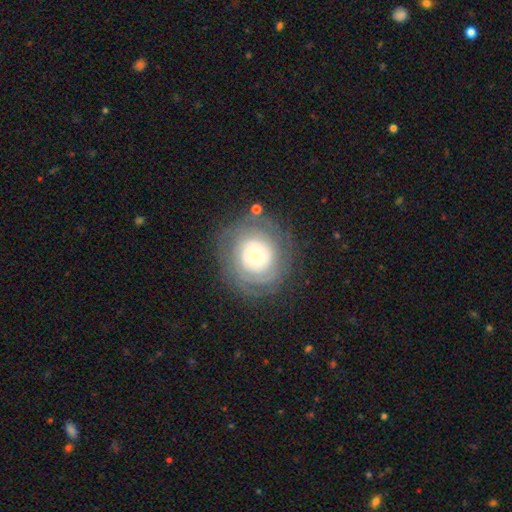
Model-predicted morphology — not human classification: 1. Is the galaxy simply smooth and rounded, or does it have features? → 69% featured or disk, 24% smooth, 7% star or artifact.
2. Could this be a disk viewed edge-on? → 97% no, 3% yes.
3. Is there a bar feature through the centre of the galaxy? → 83% no, 13% weak, 4% strong.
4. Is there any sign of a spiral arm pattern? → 68% yes, 32% no.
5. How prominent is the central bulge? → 46% moderate, 43% small, 9% large, 2% dominant, 1% none.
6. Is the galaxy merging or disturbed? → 77% none, 13% minor disturbance, 8% major disturbance, 2% merger.